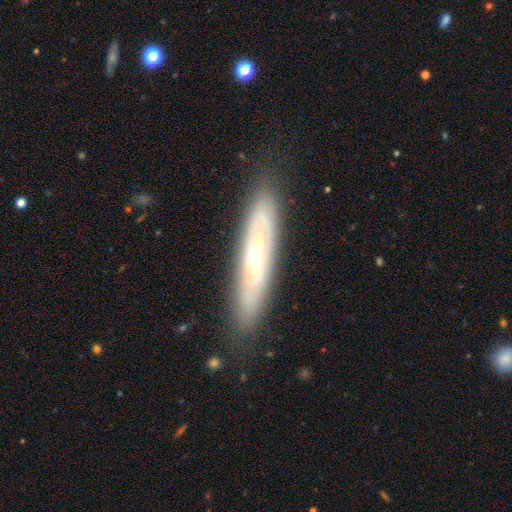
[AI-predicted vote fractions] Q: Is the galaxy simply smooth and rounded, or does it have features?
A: featured or disk — 65%.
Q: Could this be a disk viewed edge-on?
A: no — 53%.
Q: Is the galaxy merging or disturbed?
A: none — 84%.